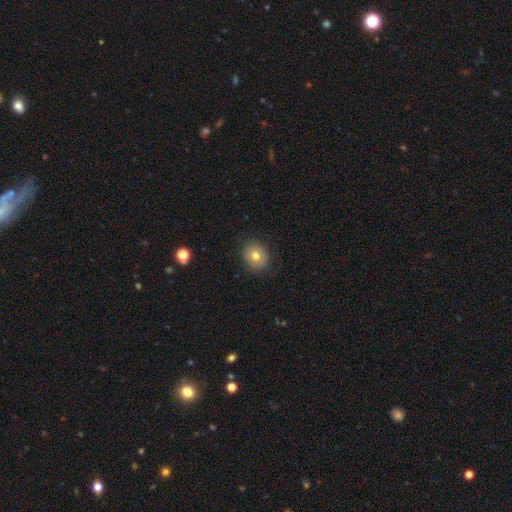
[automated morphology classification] Smooth or featured? smooth (75%)
How rounded? round (69%)
Merging? none (88%)